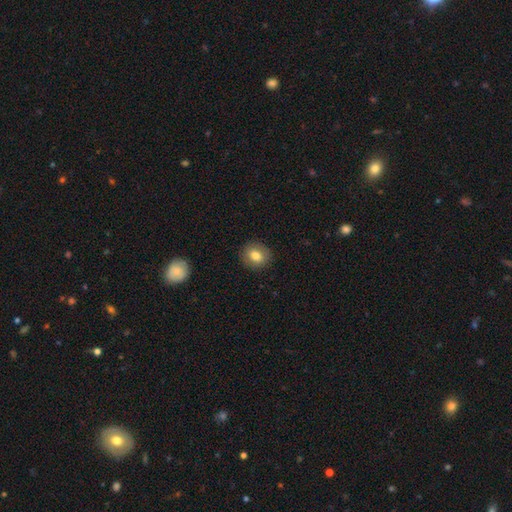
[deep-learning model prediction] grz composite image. It shows a smooth galaxy with no disk features (78%) that is round (70%). Merging: none (88%).